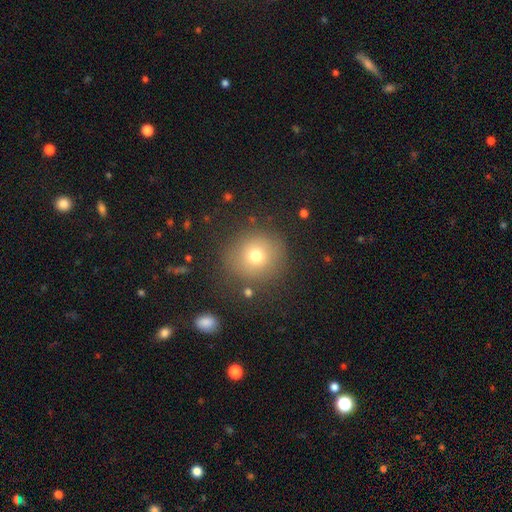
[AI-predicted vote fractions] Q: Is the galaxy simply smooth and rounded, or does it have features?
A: smooth — 71%.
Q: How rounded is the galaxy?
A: round — 92%.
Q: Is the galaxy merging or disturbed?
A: none — 83%.